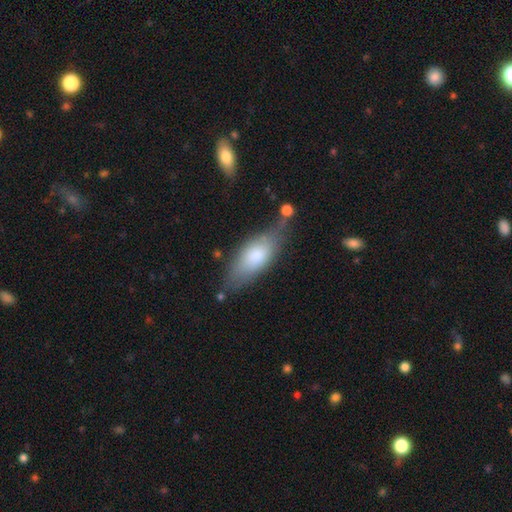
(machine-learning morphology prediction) The model was most divided on "merging": none: 58%, minor disturbance: 25%, major disturbance: 10%, merger: 8%. More confident: how rounded — in between (74%); smooth or featured — smooth (72%).